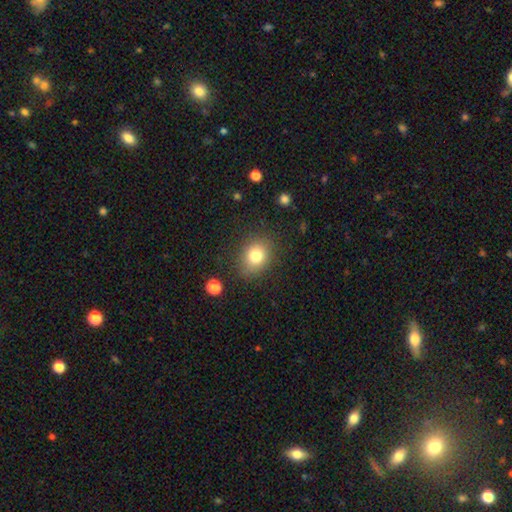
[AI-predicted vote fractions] This appears to be a smooth galaxy with no disk features (79%) that is round (59%). Merging: none (82%).